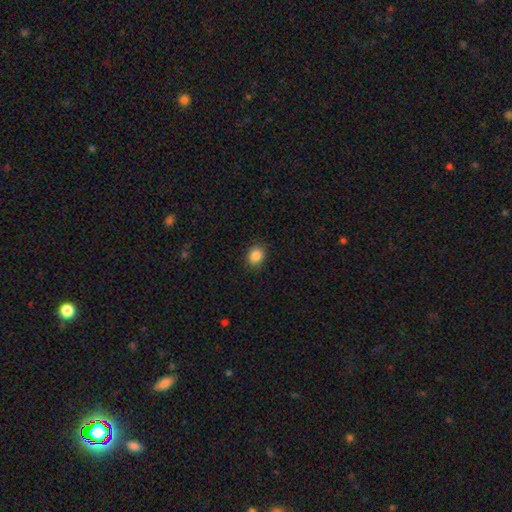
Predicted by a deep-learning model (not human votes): smooth 87%, star or artifact 10%, featured or disk 4%. Down the decision tree: how rounded — round (56%); merging — none (89%).